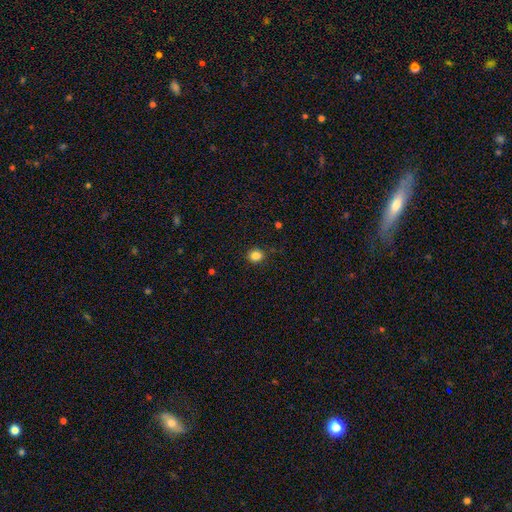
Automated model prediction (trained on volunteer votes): smooth_or_featured: smooth (p=0.85) [alt: star or artifact p=0.11]
how_rounded: round (p=0.83) [alt: in between p=0.16]
merging: none (p=0.89) [alt: minor disturbance p=0.08]